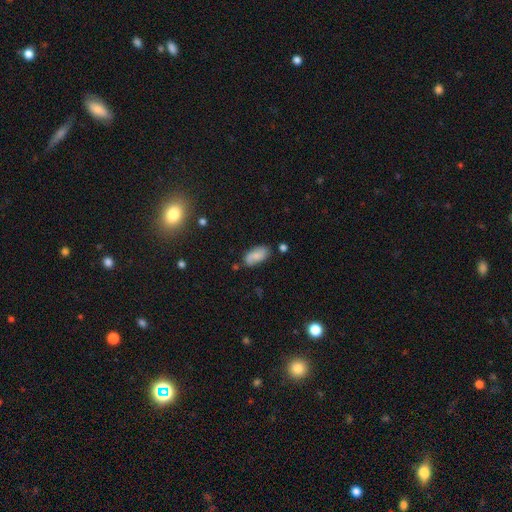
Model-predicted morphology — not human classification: A smooth galaxy with no disk features (75%) that is in between round and cigar-shaped (90%).

Vote fractions:
- Smooth or featured? smooth: 75% / featured or disk: 17% / star or artifact: 8%
- How rounded? in between: 90% / cigar-shaped: 8% / round: 3%
- Merging? none: 74% / minor disturbance: 18% / merger: 4% / major disturbance: 4%